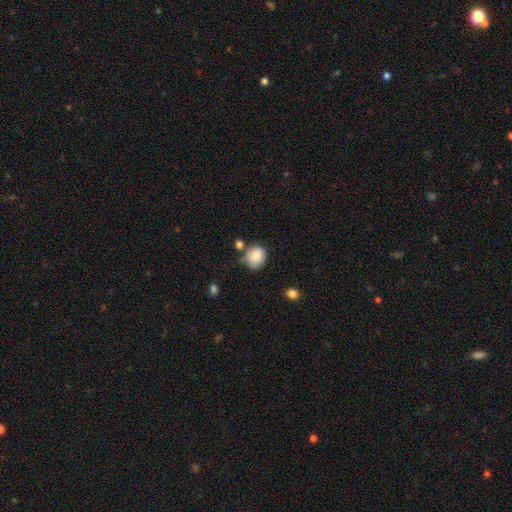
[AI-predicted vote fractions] Smooth or featured: smooth — 82% (featured or disk — 9%)
How rounded: round — 76% (in between — 23%)
Merging: none — 58% (minor disturbance — 23%)